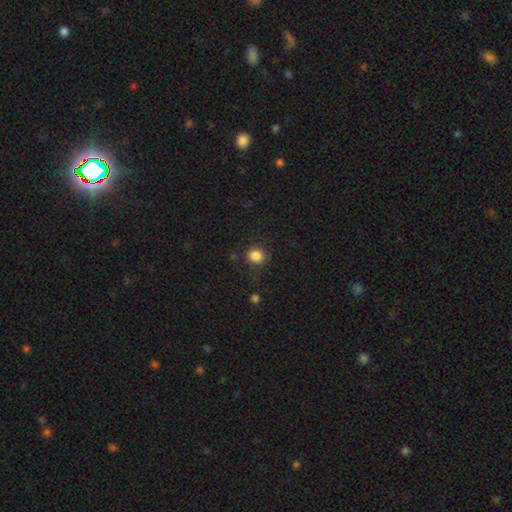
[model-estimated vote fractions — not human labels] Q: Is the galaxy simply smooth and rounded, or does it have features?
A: smooth — 86%.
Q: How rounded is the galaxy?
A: round — 78%.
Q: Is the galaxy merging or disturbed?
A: none — 83%.